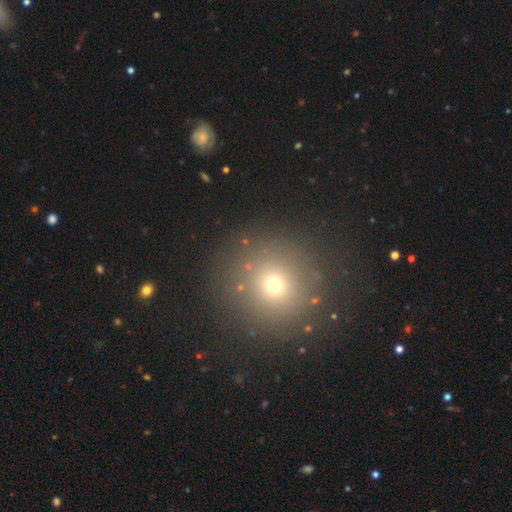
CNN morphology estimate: smooth-or-featured: smooth: 60% | star or artifact: 29% | featured or disk: 11%
  how-rounded: round: 94% | in between: 5% | cigar-shaped: 1%
  merging: none: 89% | minor disturbance: 6% | major disturbance: 3% | merger: 2%